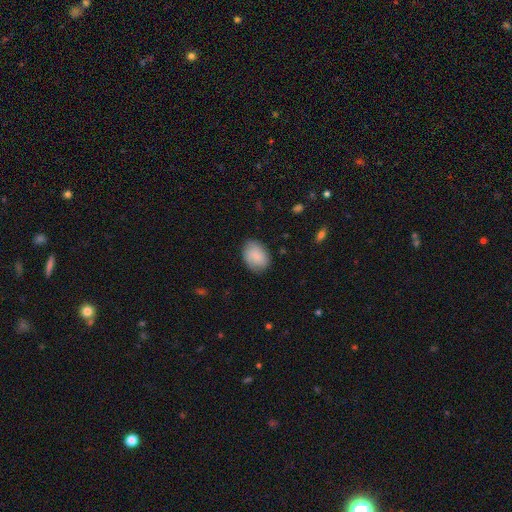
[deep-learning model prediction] Smooth or featured? Predicted: smooth (p=0.82). How rounded? Predicted: in between (p=0.73). Merging? Predicted: none (p=0.82).